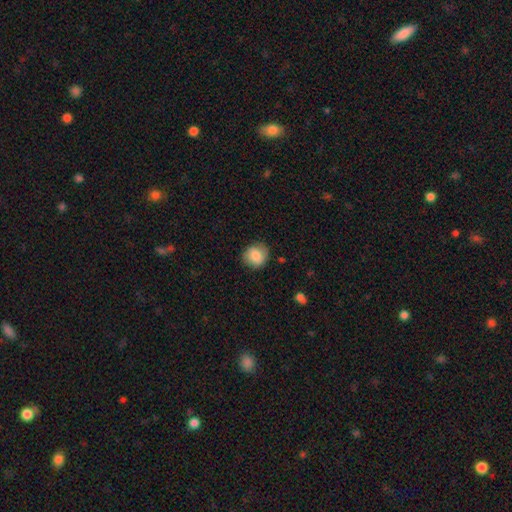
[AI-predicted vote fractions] This is clearly a smooth galaxy (83%). How rounded: clearly round (83%). Merging: likely none (78%).